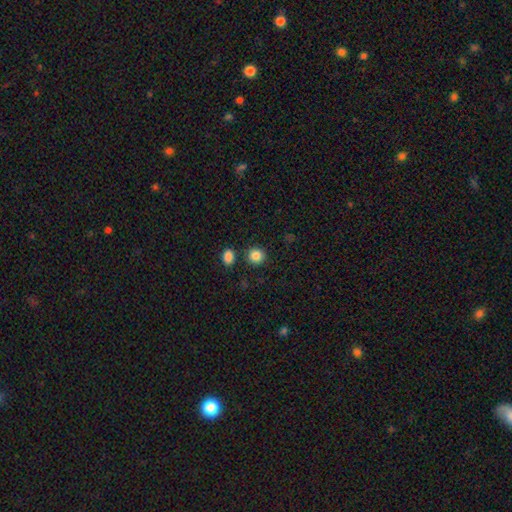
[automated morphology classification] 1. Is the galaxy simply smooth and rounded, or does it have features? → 86% smooth, 10% star or artifact, 4% featured or disk.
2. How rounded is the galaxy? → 89% round, 10% in between, 1% cigar-shaped.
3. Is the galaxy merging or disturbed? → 84% none, 7% minor disturbance, 6% merger, 2% major disturbance.